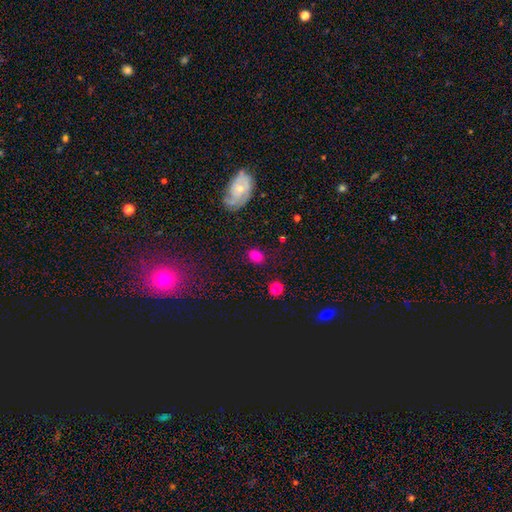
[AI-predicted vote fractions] A smooth galaxy with no disk features (75%) that is in between round and cigar-shaped (63%).

Vote fractions:
- Smooth or featured? smooth: 75% / featured or disk: 13% / star or artifact: 12%
- How rounded? in between: 63% / round: 35% / cigar-shaped: 2%
- Merging? none: 80% / minor disturbance: 13% / major disturbance: 5% / merger: 2%